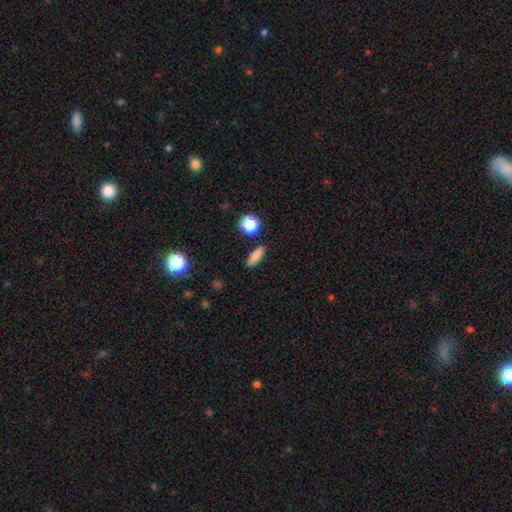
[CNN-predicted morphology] The model was most divided on "how rounded": in between: 56%, cigar-shaped: 37%, round: 8%. More confident: merging — none (87%); smooth or featured — smooth (83%).